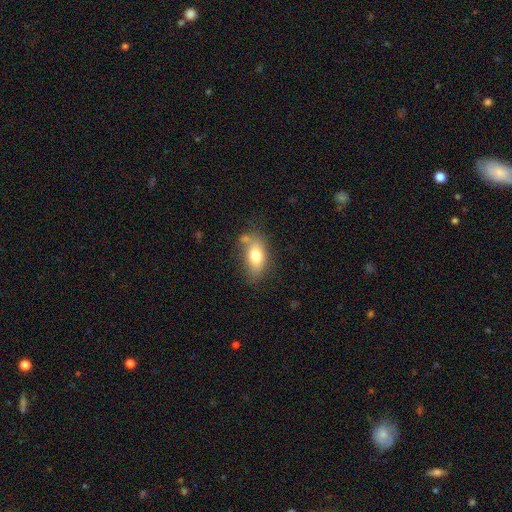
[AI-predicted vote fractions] Morphology: type=smooth (73%); roundness=in between (86%); merging=none (60%).